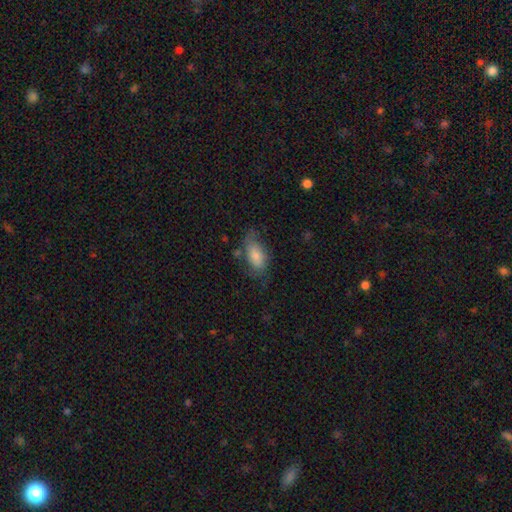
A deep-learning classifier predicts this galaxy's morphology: smooth 63%, featured or disk 28%, star or artifact 9%. Down the decision tree: how rounded — in between (89%); merging — none (53%).